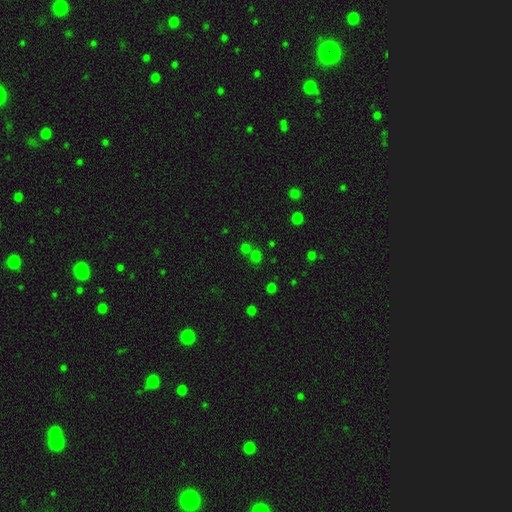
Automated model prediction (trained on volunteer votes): A smooth galaxy with no disk features (58%) that is round (81%).

Vote fractions:
- Smooth or featured? smooth: 58% / star or artifact: 34% / featured or disk: 7%
- How rounded? round: 81% / in between: 18% / cigar-shaped: 1%
- Merging? none: 61% / merger: 28% / minor disturbance: 7% / major disturbance: 4%